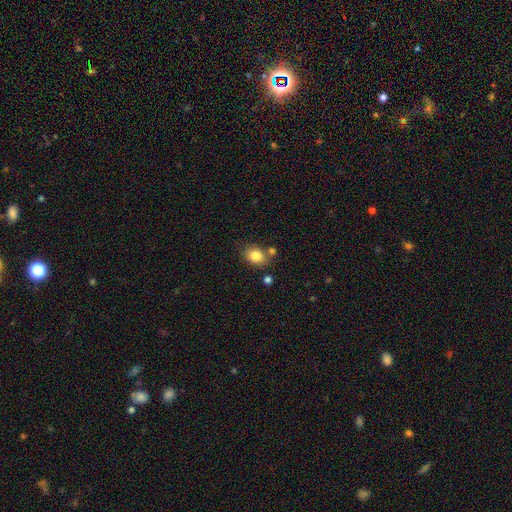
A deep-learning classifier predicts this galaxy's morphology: Q: Smooth or featured?
A: smooth (83%); runner-up: star or artifact (10%)
Q: How rounded?
A: in between (53%); runner-up: round (46%)
Q: Merging?
A: none (70%); runner-up: minor disturbance (14%)